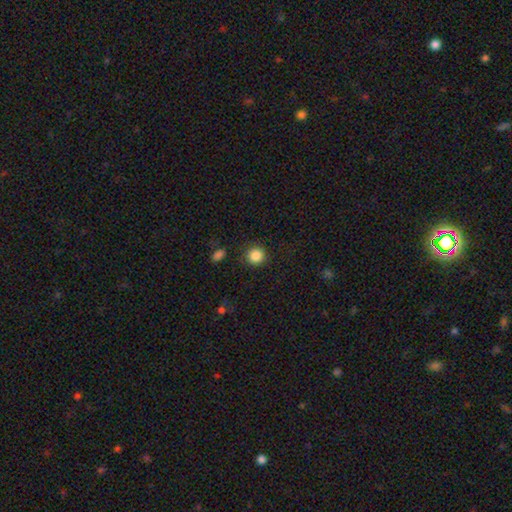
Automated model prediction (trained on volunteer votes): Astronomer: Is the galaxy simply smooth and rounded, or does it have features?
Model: smooth — 86%.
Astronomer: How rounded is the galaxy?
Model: round — 92%.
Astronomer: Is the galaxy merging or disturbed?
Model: none — 87%.